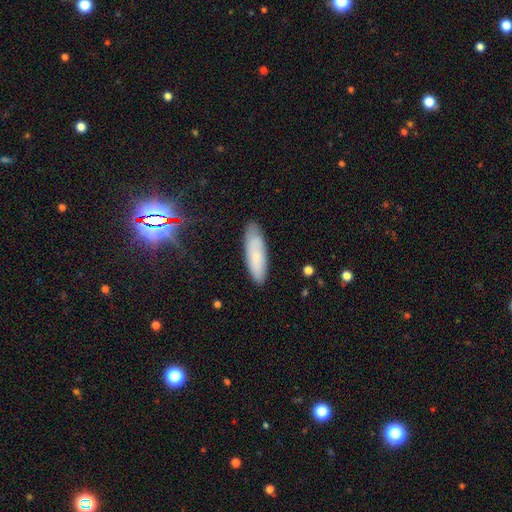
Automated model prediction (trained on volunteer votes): Smooth or featured: smooth — 69% (featured or disk — 21%)
How rounded: cigar-shaped — 56% (in between — 42%)
Merging: none — 84% (minor disturbance — 12%)